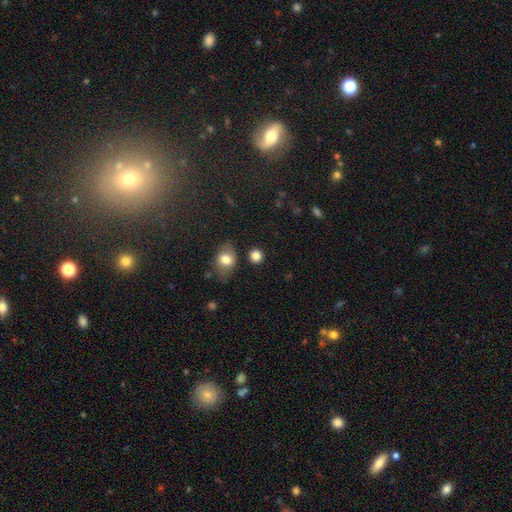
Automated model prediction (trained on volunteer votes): This is clearly a smooth galaxy (82%). How rounded: clearly round (82%). Merging: clearly none (82%).